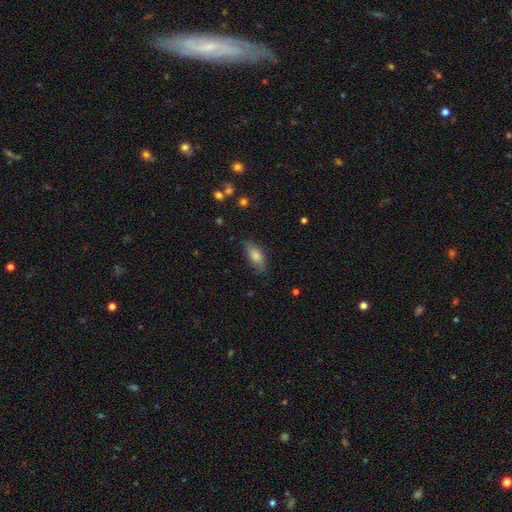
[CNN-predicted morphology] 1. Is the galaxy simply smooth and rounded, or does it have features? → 76% smooth, 17% featured or disk, 7% star or artifact.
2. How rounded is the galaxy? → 80% in between, 16% cigar-shaped, 4% round.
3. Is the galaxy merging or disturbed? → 73% none, 21% minor disturbance, 5% major disturbance, 1% merger.